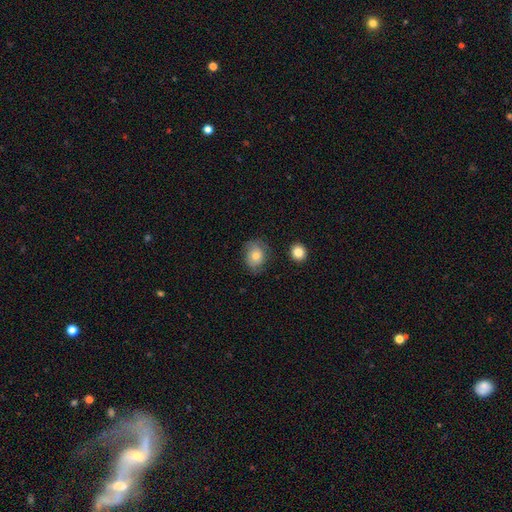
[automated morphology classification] smooth-or-featured: smooth: 73% | featured or disk: 19% | star or artifact: 9%
  how-rounded: round: 52% | in between: 47% | cigar-shaped: 1%
  merging: none: 70% | minor disturbance: 21% | major disturbance: 6% | merger: 2%